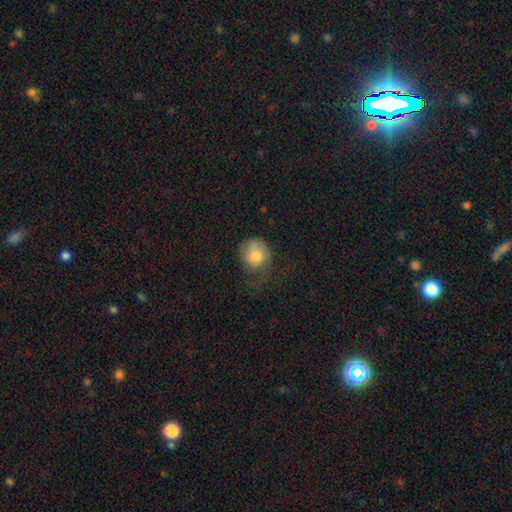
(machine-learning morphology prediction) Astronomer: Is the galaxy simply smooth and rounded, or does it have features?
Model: smooth — 75%.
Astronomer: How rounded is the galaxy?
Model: round — 72%.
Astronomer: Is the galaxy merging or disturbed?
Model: none — 42% (runner-up: minor disturbance, 30%).